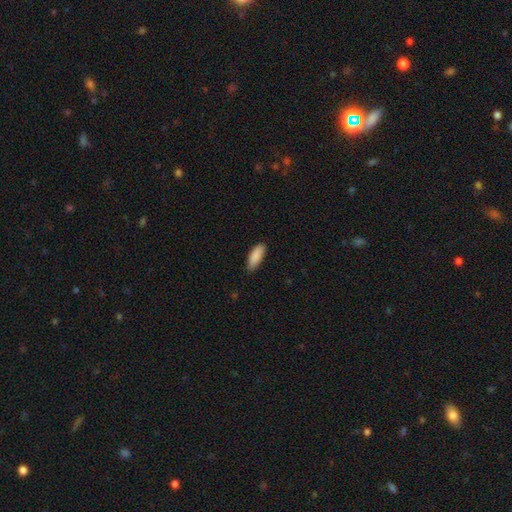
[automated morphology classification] This appears to be a smooth galaxy with no disk features (90%) that is in between round and cigar-shaped (72%). Merging: none (84%).